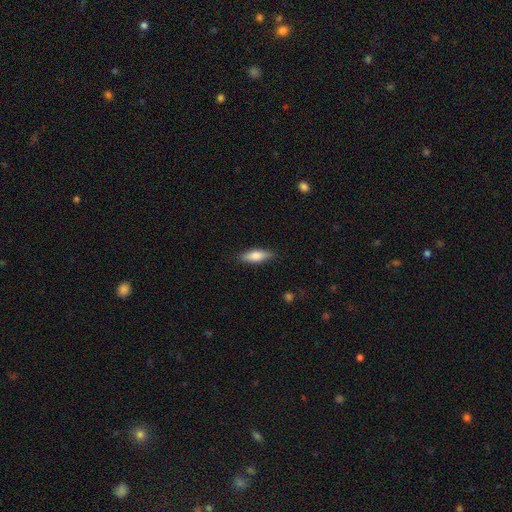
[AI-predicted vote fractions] Morphology: type=smooth (78%); roundness=in between (58%); merging=none (85%).